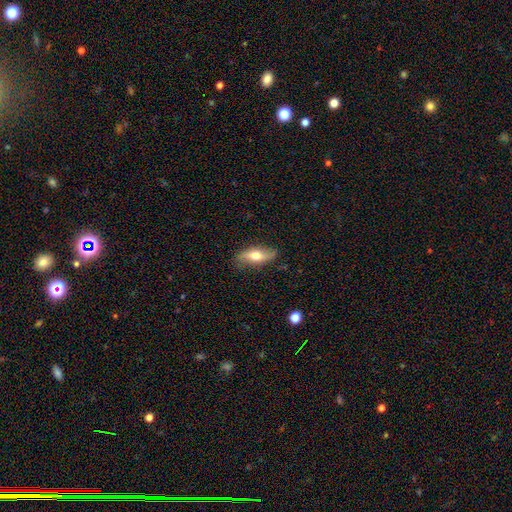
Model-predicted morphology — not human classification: Smooth or featured? Predicted: smooth (p=0.52). How rounded? Predicted: in between (p=0.69). Merging? Predicted: none (p=0.81).